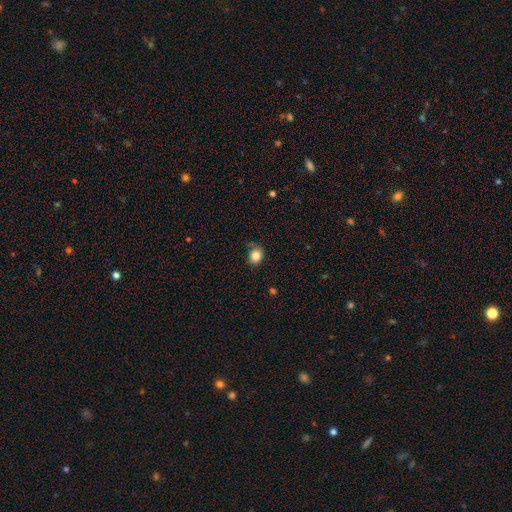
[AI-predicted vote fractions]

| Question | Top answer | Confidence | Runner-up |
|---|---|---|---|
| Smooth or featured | smooth | 84% | star or artifact (11%) |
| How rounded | round | 62% | in between (38%) |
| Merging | none | 74% | minor disturbance (19%) |